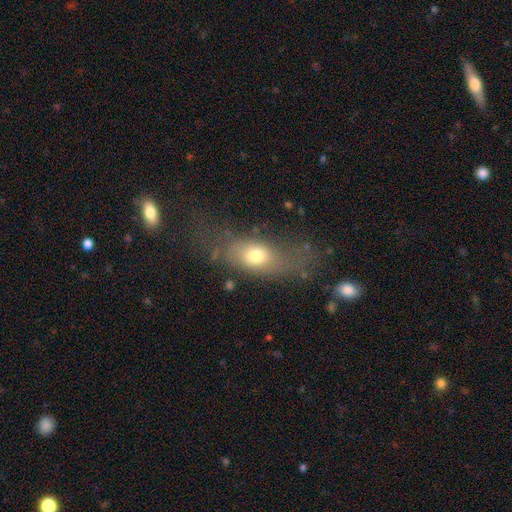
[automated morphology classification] Q: Smooth or featured?
A: smooth (67%); runner-up: featured or disk (22%)
Q: How rounded?
A: in between (73%); runner-up: round (16%)
Q: Merging?
A: none (47%); runner-up: major disturbance (27%)